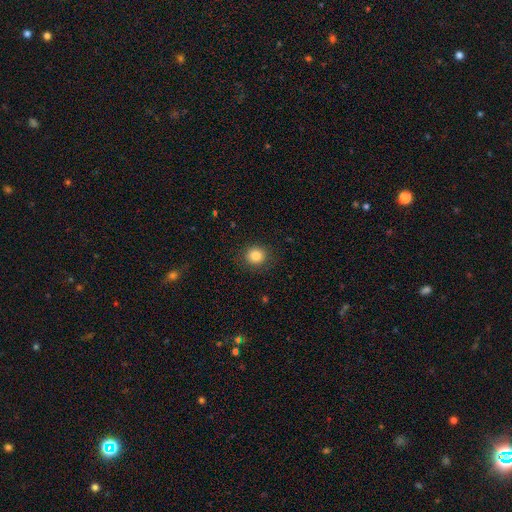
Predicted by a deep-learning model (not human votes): smooth-or-featured: smooth: 83% | star or artifact: 11% | featured or disk: 6%
  how-rounded: round: 89% | in between: 10% | cigar-shaped: 1%
  merging: none: 89% | minor disturbance: 7% | major disturbance: 3% | merger: 1%